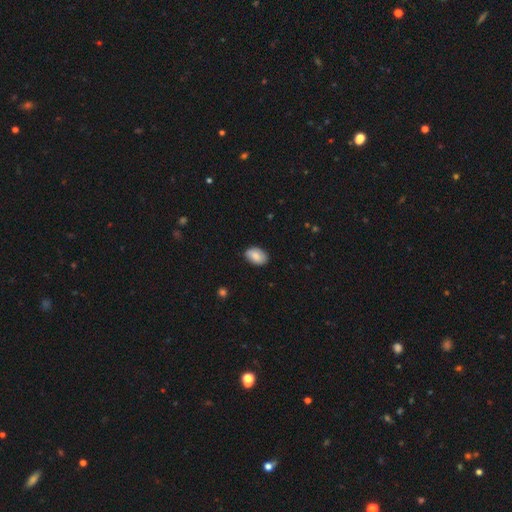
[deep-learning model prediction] Smooth or featured? Predicted: smooth (p=0.85). How rounded? Predicted: in between (p=0.89). Merging? Predicted: none (p=0.83).